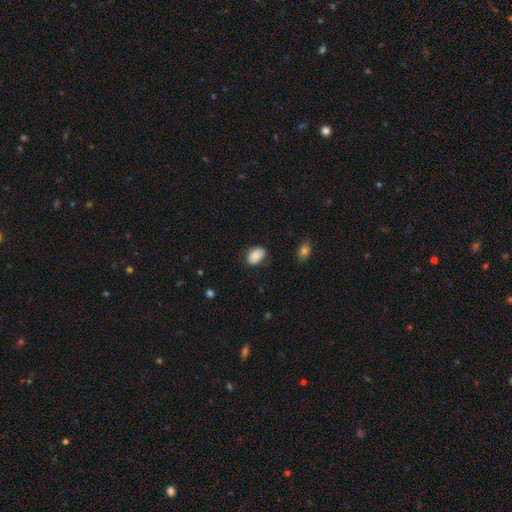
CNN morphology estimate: smooth-or-featured: smooth: 89% | star or artifact: 7% | featured or disk: 4%
  how-rounded: in between: 87% | round: 12% | cigar-shaped: 1%
  merging: none: 79% | minor disturbance: 16% | major disturbance: 4% | merger: 1%